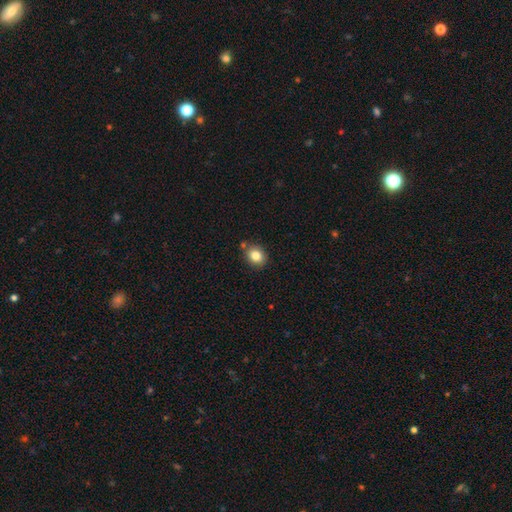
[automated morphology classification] Q: Smooth or featured?
A: smooth (83%); runner-up: star or artifact (10%)
Q: How rounded?
A: round (64%); runner-up: in between (35%)
Q: Merging?
A: none (79%); runner-up: minor disturbance (12%)